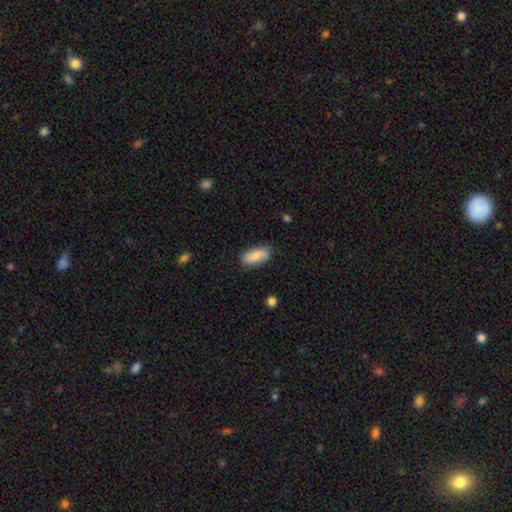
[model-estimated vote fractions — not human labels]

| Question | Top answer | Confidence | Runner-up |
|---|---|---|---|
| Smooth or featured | smooth | 81% | featured or disk (13%) |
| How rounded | in between | 83% | cigar-shaped (14%) |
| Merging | none | 80% | minor disturbance (16%) |